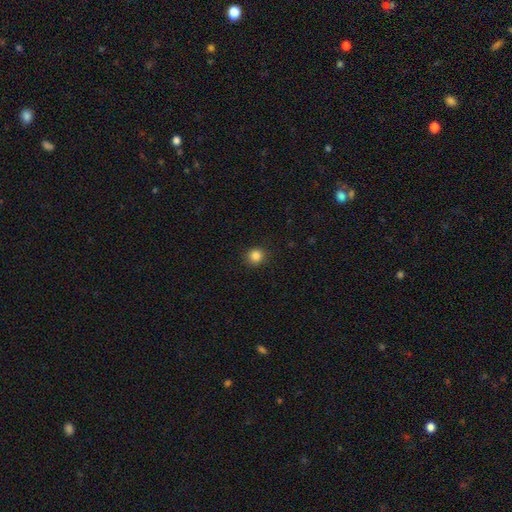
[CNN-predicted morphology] Q: Smooth or featured?
A: smooth (85%); runner-up: star or artifact (11%)
Q: How rounded?
A: round (89%); runner-up: in between (10%)
Q: Merging?
A: none (90%); runner-up: minor disturbance (7%)